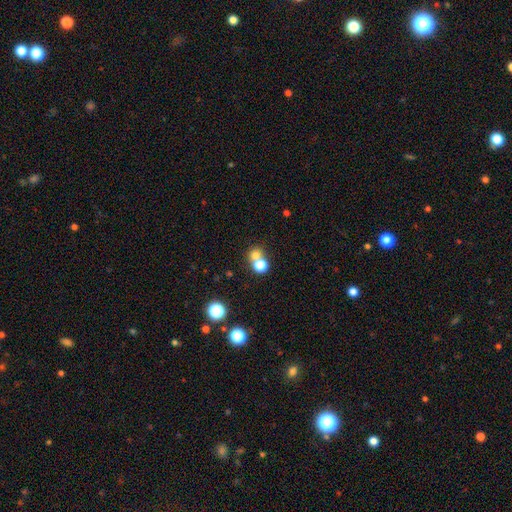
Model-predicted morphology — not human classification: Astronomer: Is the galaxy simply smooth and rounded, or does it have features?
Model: smooth — 72%.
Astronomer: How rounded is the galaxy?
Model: round — 83%.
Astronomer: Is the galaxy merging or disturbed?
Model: merger — 48% (runner-up: none, 44%).